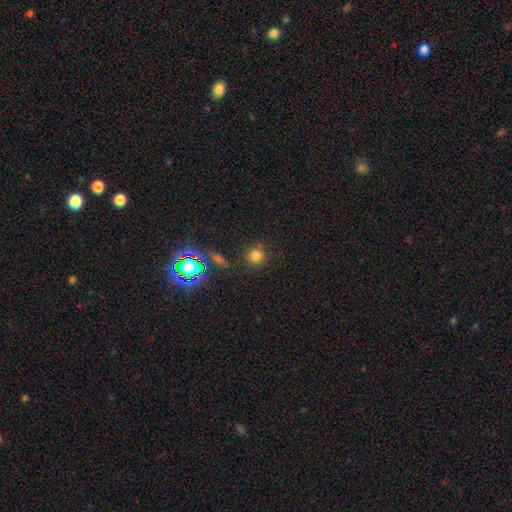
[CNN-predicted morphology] smooth_or_featured: smooth (p=0.74) [alt: star or artifact p=0.20]
how_rounded: round (p=0.91) [alt: in between p=0.07]
merging: none (p=0.82) [alt: minor disturbance p=0.11]